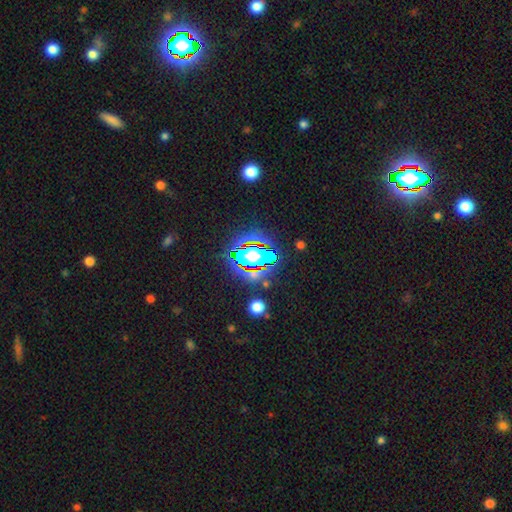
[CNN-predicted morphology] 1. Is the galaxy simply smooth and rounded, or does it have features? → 61% star or artifact, 25% smooth, 14% featured or disk.